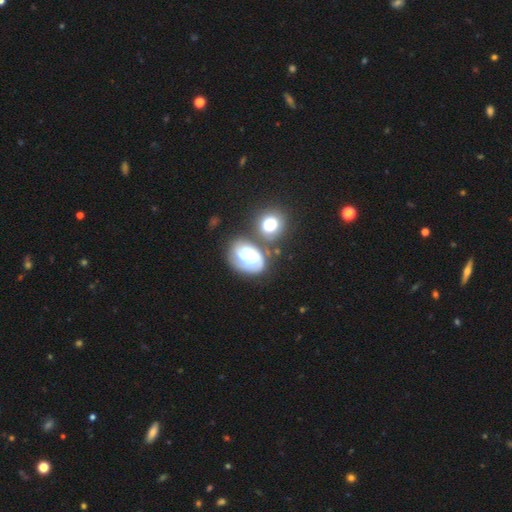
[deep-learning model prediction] Smooth or featured: featured or disk — 65% (smooth — 24%)
Edge-on disk: no — 97% (yes — 3%)
Bar: no — 67% (weak — 26%)
Spiral arms: yes — 82% (no — 18%)
Spiral winding: tight — 57% (medium — 32%)
Spiral arm count: 2 — 32% (can't tell — 31%)
Bulge size: small — 41% (moderate — 31%)
Merging: none — 47% (minor disturbance — 20%)